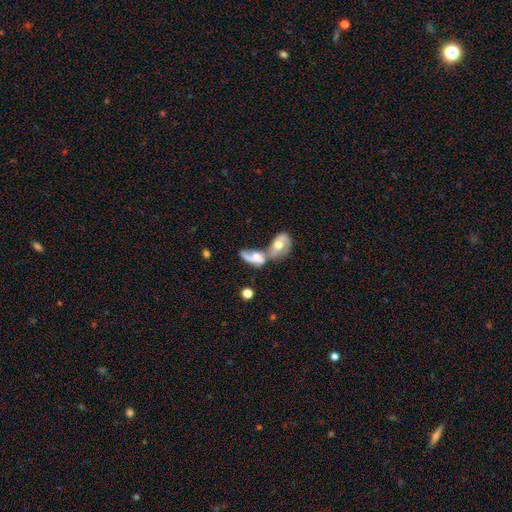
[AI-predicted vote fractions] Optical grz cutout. It shows a featured or disk galaxy (50%). Merging: merger (73%).